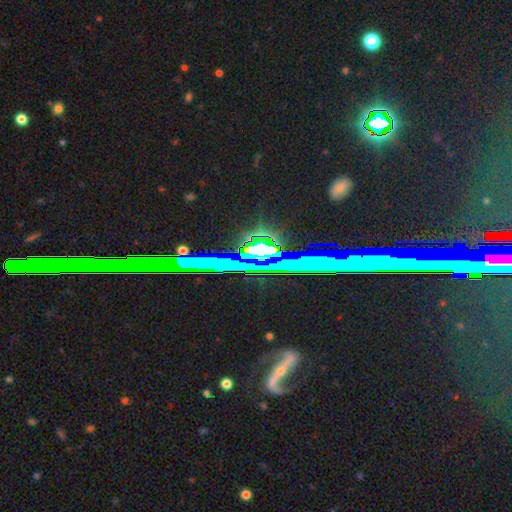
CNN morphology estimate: Smooth or featured: star or artifact — 76% (smooth — 12%)